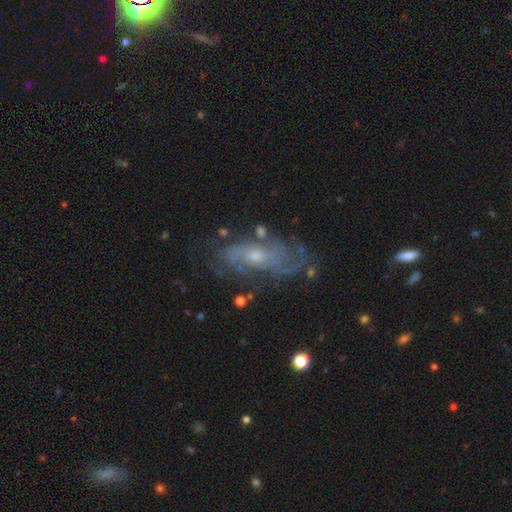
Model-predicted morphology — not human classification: This is likely a featured or disk galaxy (77%). It is clearly not viewed edge-on (90%). Bar: likely no (69%). Spiral arm pattern: clearly yes (85%). Spiral arm count: marginally can't tell (43%). Spiral winding: marginally tight (41%). Central bulge: possibly small (58%). Merging: likely none (63%).